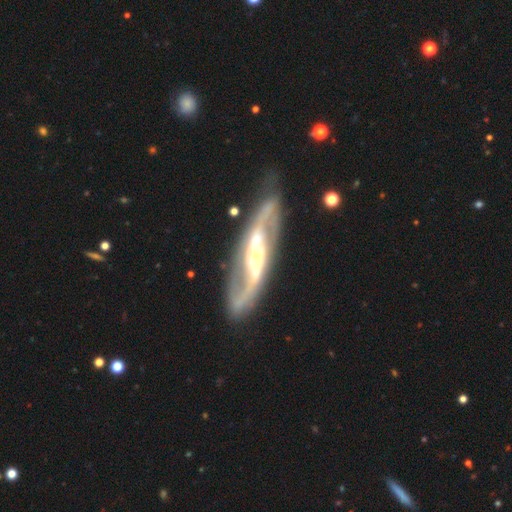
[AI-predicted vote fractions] The model was most divided on "bulge size": moderate: 45%, small: 32%, large: 16%, none: 5%, dominant: 2%. Remaining: spiral arms — yes (96%); spiral arm count — 2 (91%); smooth or featured — featured or disk (89%); edge-on disk — no (88%); merging — none (77%); bar — strong (51%); spiral winding — medium (49%).